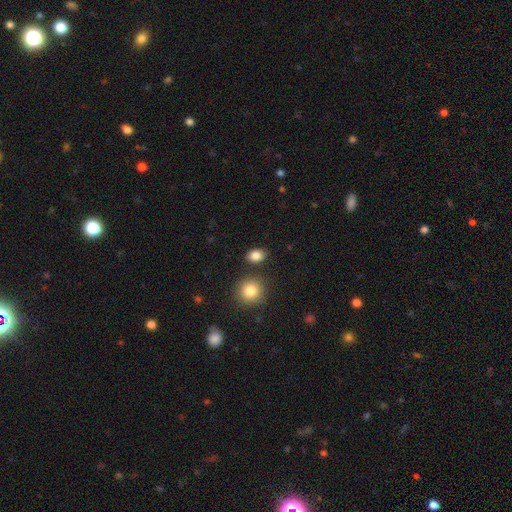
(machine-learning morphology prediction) A smooth galaxy with no disk features (85%) that is in between round and cigar-shaped (70%). Merging: none (82%).